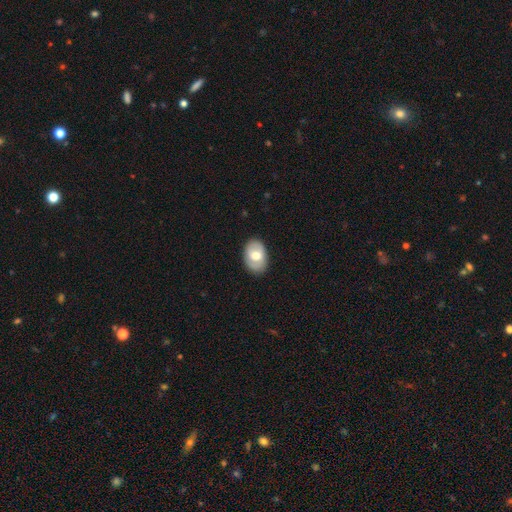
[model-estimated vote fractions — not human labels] Overall: smooth (57%; featured or disk 36%). How rounded: in between (83%). Merging: none (83%).